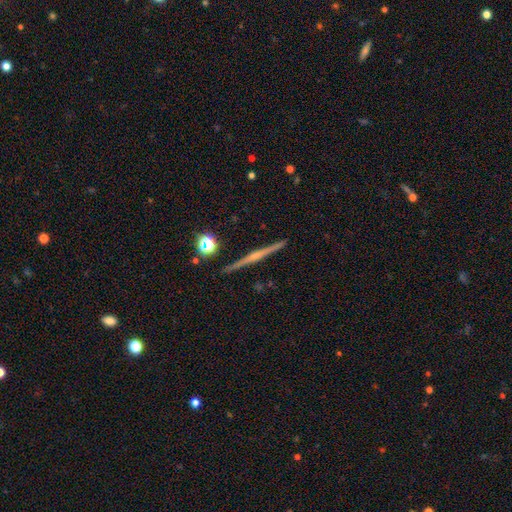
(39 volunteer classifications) Q: Smooth or featured?
A: featured or disk (82%); runner-up: smooth (15%)
Q: Edge-on disk?
A: yes (97%); runner-up: no (3%)
Q: Edge-on bulge?
A: rounded (74%); runner-up: none (19%)
Q: Merging?
A: none (84%); runner-up: minor disturbance (11%)